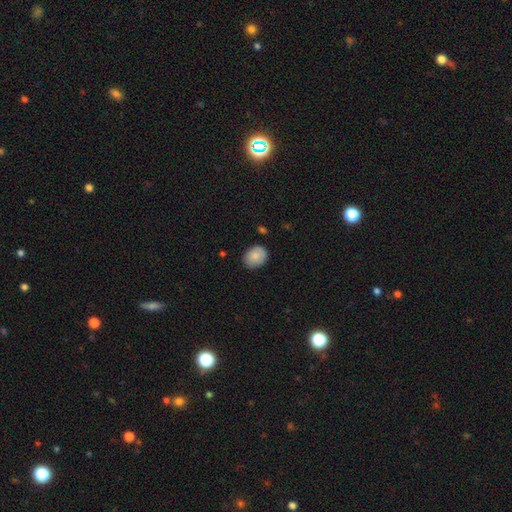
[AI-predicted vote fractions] A smooth galaxy with no disk features (83%) that is round (54%).

Vote fractions:
- Smooth or featured? smooth: 83% / featured or disk: 10% / star or artifact: 7%
- How rounded? round: 54% / in between: 45% / cigar-shaped: 1%
- Merging? none: 79% / minor disturbance: 16% / major disturbance: 3% / merger: 1%